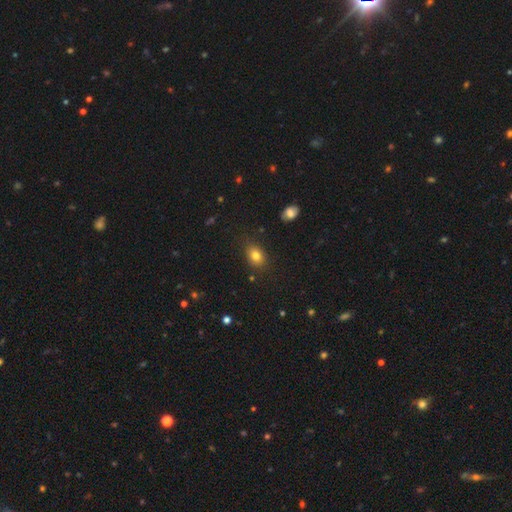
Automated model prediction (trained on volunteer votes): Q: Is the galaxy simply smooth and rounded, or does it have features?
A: smooth — 80%.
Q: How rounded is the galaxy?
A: in between — 64%.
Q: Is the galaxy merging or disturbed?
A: none — 80%.